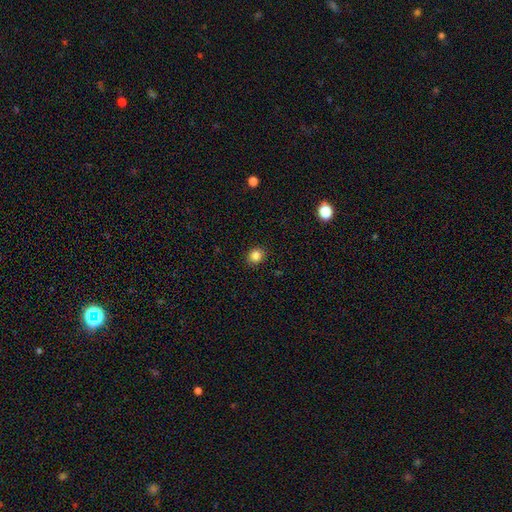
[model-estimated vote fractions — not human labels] A smooth galaxy with no disk features (84%) that is round (76%). Merging: none (89%).